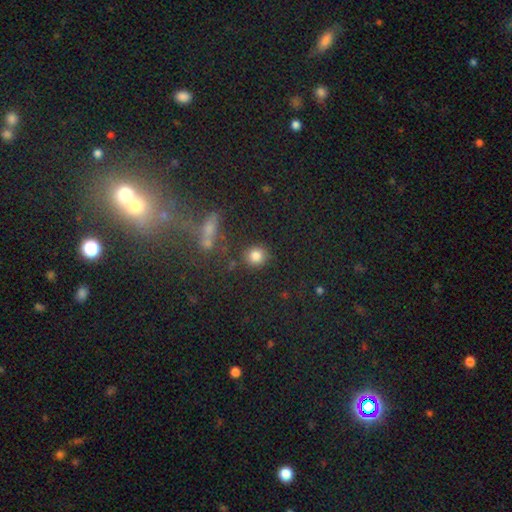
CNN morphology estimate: smooth 82%, star or artifact 12%, featured or disk 6%. Down the decision tree: how rounded — round (86%); merging — none (81%).